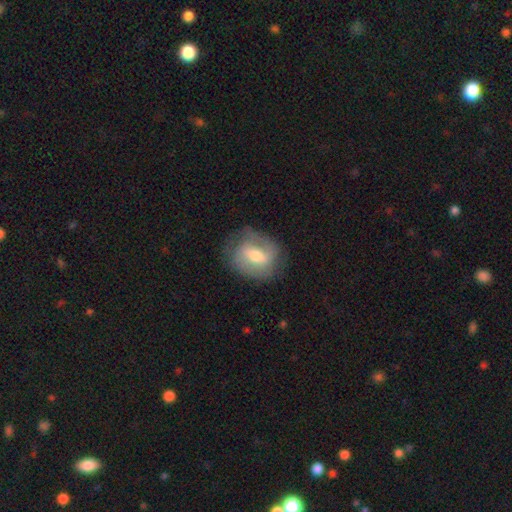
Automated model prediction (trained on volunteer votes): smooth_or_featured: featured or disk (p=0.57) [alt: smooth p=0.36]
disk_edge_on: no (p=0.95) [alt: yes p=0.05]
bar: weak (p=0.47) [alt: strong p=0.30]
has_spiral_arms: yes (p=0.72) [alt: no p=0.28]
bulge_size: moderate (p=0.65) [alt: small p=0.26]
merging: none (p=0.69) [alt: minor disturbance p=0.21]